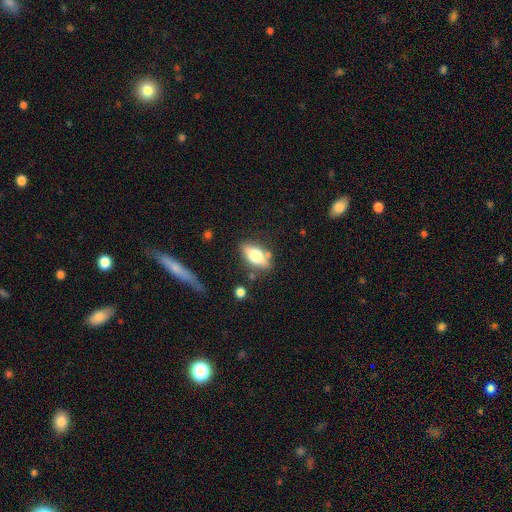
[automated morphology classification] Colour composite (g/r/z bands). It shows a smooth galaxy with no disk features (62%) that is in between round and cigar-shaped (80%). Merging: none (75%).